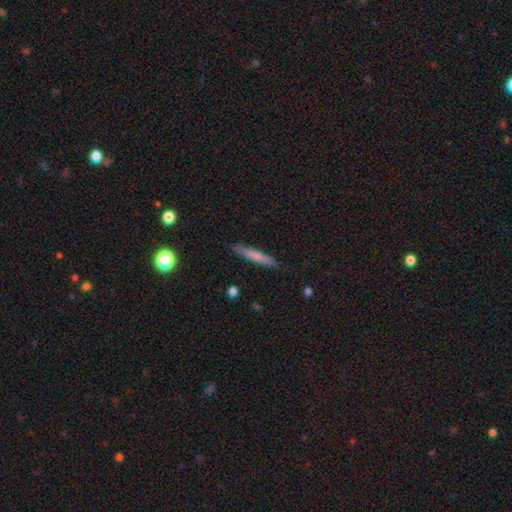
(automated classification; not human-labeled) Overall: smooth (67%). How rounded: cigar-shaped (94%). Merging: none (87%).